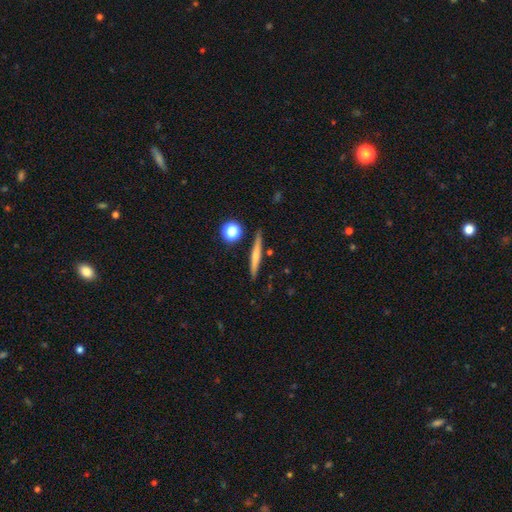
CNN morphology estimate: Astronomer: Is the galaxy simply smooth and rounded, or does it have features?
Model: smooth — 56% (runner-up: featured or disk, 37%).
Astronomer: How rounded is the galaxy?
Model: cigar-shaped — 92%.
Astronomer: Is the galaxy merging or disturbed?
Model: none — 87%.